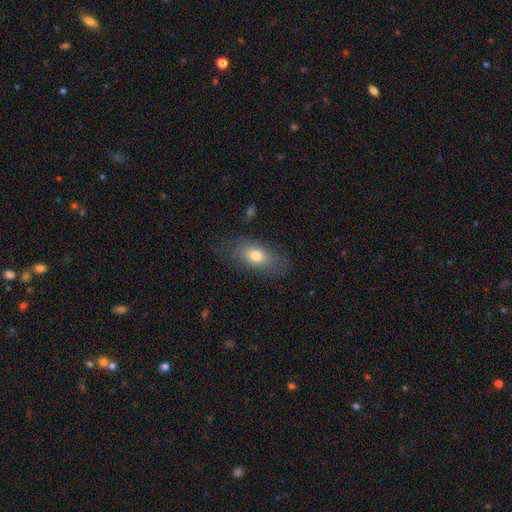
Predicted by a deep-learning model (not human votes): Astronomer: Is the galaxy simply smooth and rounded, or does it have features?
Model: smooth — 72%.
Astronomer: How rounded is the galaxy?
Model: in between — 85%.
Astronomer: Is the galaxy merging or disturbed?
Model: none — 69%.